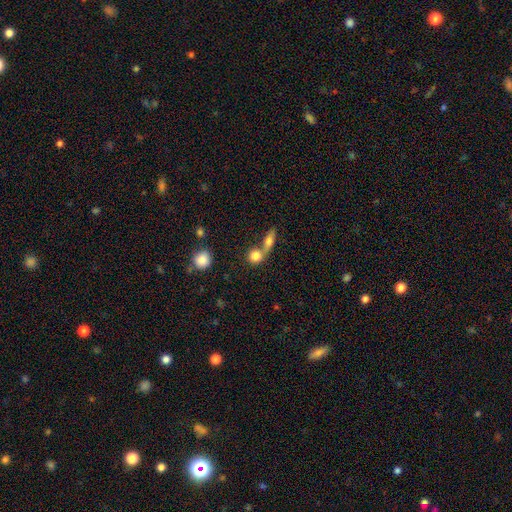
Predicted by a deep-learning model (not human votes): This is likely a smooth galaxy (79%). How rounded: likely round (75%). Merging: possibly merger (51%).